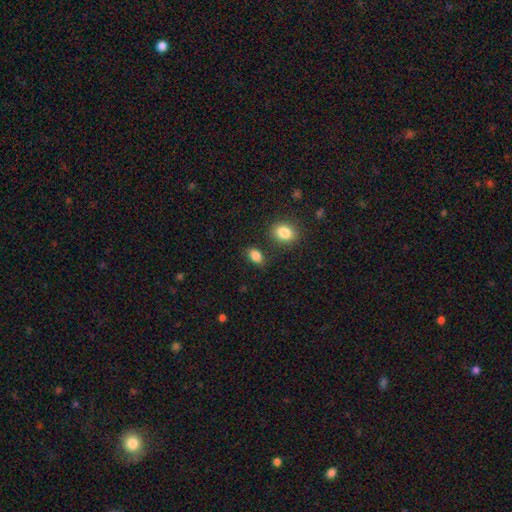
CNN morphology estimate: smooth_or_featured: smooth (p=0.86) [alt: star or artifact p=0.09]
how_rounded: in between (p=0.82) [alt: round p=0.16]
merging: none (p=0.79) [alt: minor disturbance p=0.11]